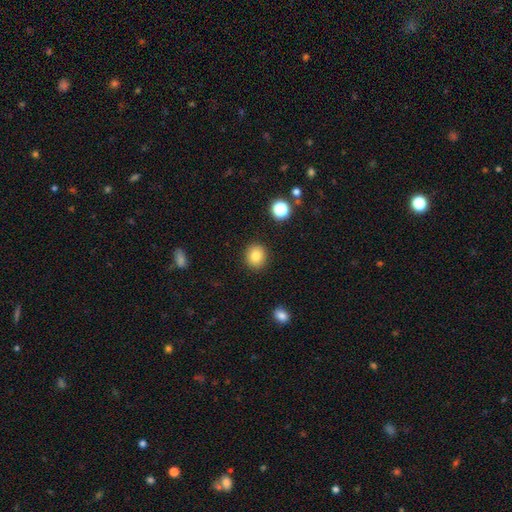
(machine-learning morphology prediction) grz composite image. It shows a smooth galaxy with no disk features (82%) that is round (79%). Merging: none (89%).